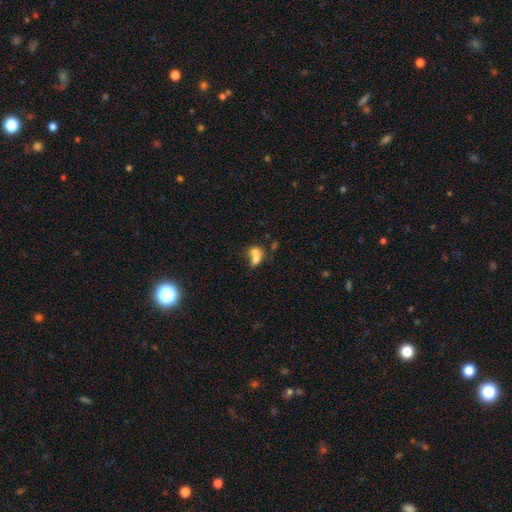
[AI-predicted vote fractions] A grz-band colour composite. It shows a smooth galaxy with no disk features (69%) that is in between round and cigar-shaped (60%). Merging: merger (72%).